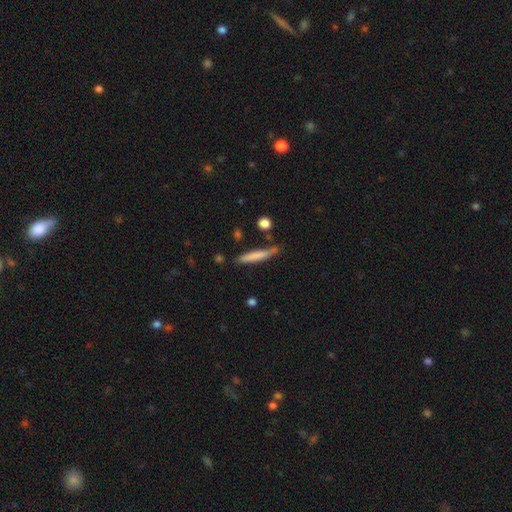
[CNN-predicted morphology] A smooth galaxy with no disk features (73%) that is cigar-shaped (93%).

Vote fractions:
- Smooth or featured? smooth: 73% / featured or disk: 21% / star or artifact: 6%
- How rounded? cigar-shaped: 93% / in between: 6% / round: 1%
- Merging? none: 74% / minor disturbance: 18% / merger: 5% / major disturbance: 4%